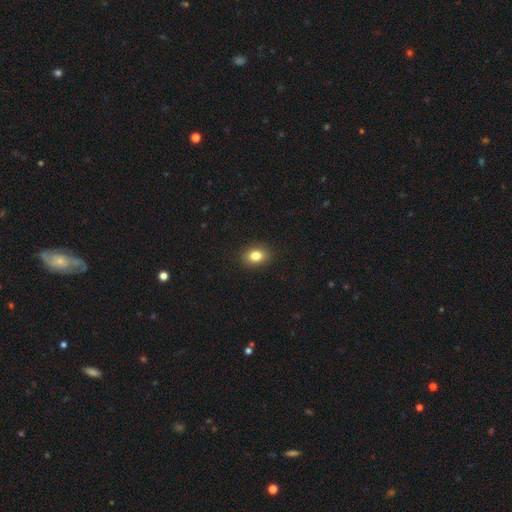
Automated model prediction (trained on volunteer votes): Smooth or featured: smooth — 83% (star or artifact — 10%)
How rounded: in between — 64% (round — 35%)
Merging: none — 90% (minor disturbance — 7%)